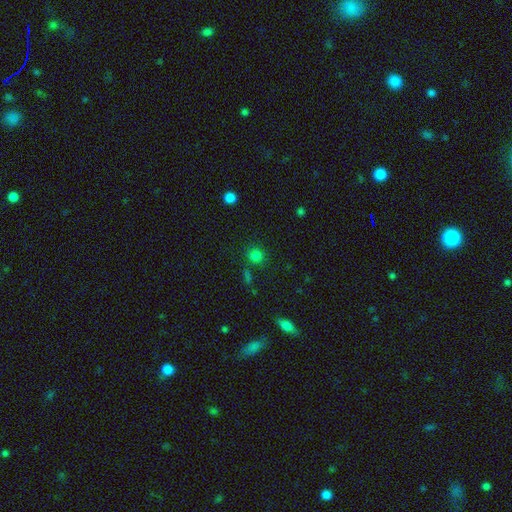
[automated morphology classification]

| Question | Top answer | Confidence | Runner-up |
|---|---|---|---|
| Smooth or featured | smooth | 79% | star or artifact (17%) |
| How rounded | round | 88% | in between (11%) |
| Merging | none | 79% | minor disturbance (9%) |